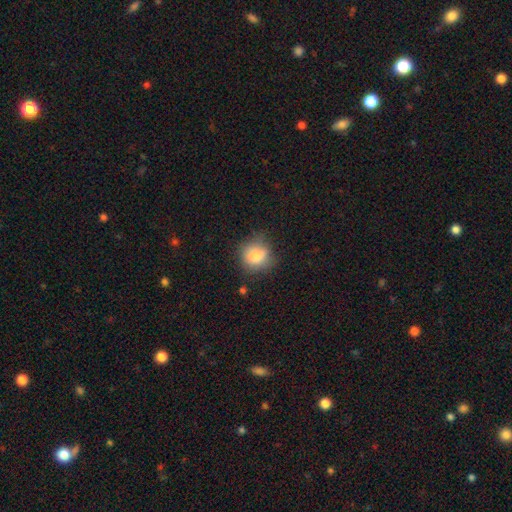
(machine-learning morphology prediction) The model was most divided on "merging": none: 66%, minor disturbance: 25%, major disturbance: 7%, merger: 3%. More confident: how rounded — round (79%); smooth or featured — smooth (78%).